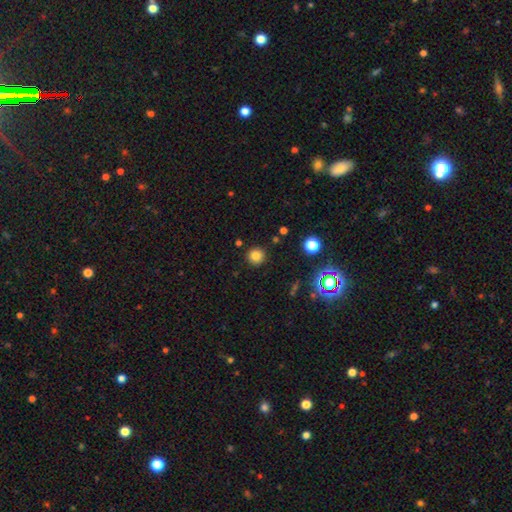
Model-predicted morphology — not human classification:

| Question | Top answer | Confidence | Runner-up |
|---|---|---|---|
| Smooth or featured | smooth | 80% | star or artifact (15%) |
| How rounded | round | 94% | in between (5%) |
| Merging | none | 90% | minor disturbance (6%) |